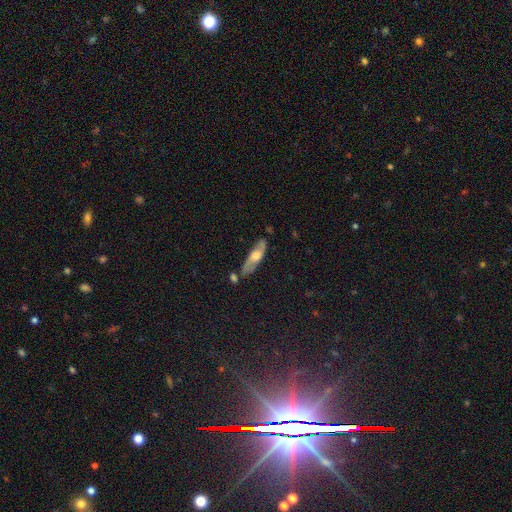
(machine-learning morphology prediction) Q: Smooth or featured?
A: featured or disk (56%); runner-up: smooth (38%)
Q: Edge-on disk?
A: no (54%); runner-up: yes (46%)
Q: Merging?
A: none (73%); runner-up: minor disturbance (16%)